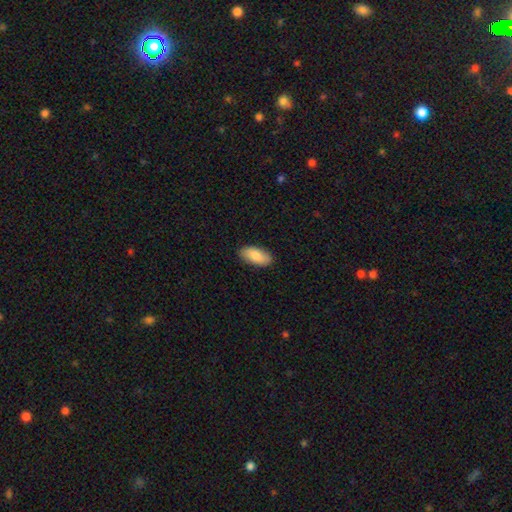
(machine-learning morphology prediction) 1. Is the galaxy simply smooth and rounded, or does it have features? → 86% smooth, 9% featured or disk, 6% star or artifact.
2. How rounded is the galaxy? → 91% in between, 7% cigar-shaped, 2% round.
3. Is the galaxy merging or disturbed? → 87% none, 10% minor disturbance, 2% major disturbance, 1% merger.